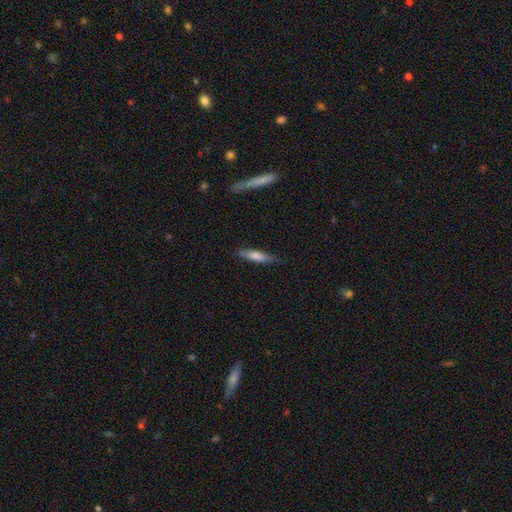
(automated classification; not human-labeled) smooth 59%, featured or disk 35%, star or artifact 7%. Down the decision tree: how rounded — cigar-shaped (83%); merging — none (82%).